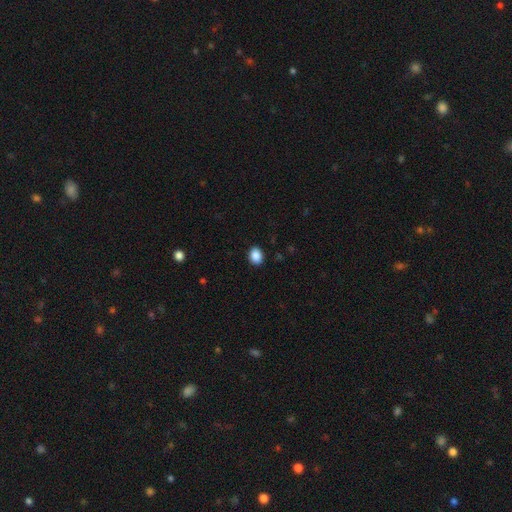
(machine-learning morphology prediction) This appears to be a smooth galaxy with no disk features (89%) that is in between round and cigar-shaped (62%). Merging: none (90%).